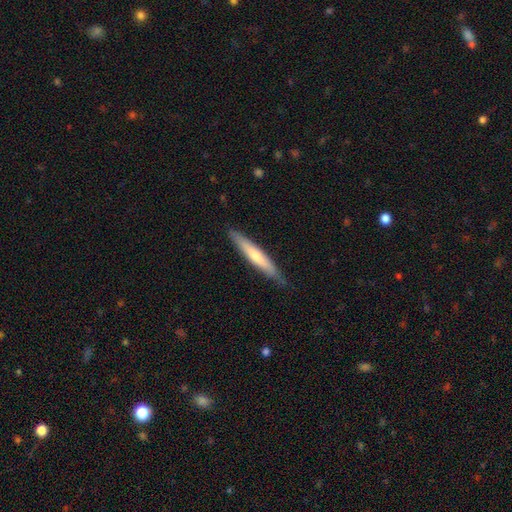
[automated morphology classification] type=smooth (54%); roundness=cigar-shaped (93%); merging=none (85%).